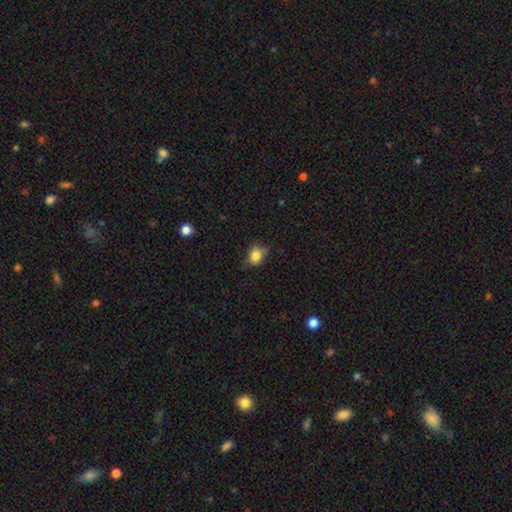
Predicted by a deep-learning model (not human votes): Q: Smooth or featured?
A: smooth (82%); runner-up: star or artifact (10%)
Q: How rounded?
A: round (51%); runner-up: in between (48%)
Q: Merging?
A: none (66%); runner-up: minor disturbance (26%)